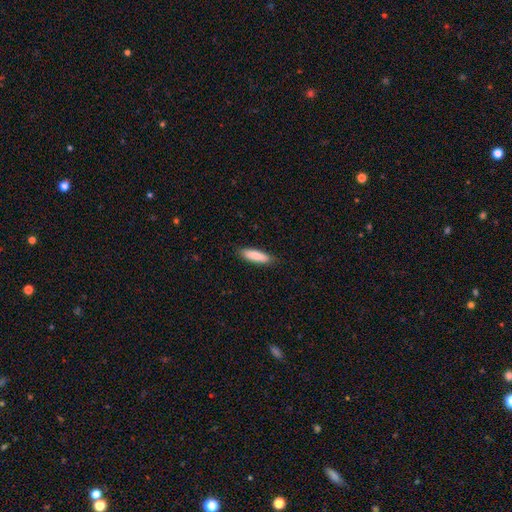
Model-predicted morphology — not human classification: Smooth or featured? smooth (85%)
How rounded? cigar-shaped (64%)
Merging? none (86%)